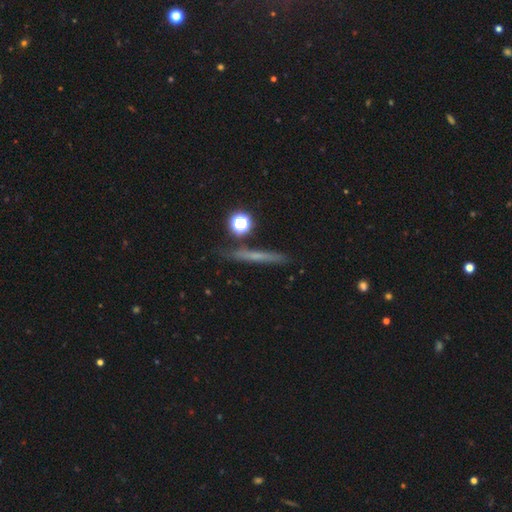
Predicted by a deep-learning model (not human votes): Smooth or featured? smooth (46%)
Merging? none (82%)